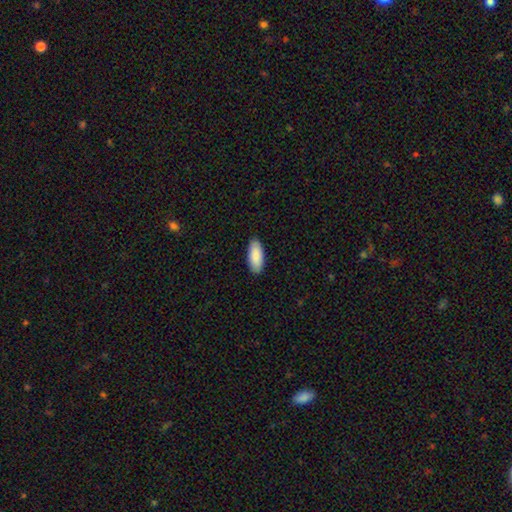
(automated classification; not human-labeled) Smooth or featured: smooth — 90% (star or artifact — 5%)
How rounded: in between — 86% (cigar-shaped — 13%)
Merging: none — 90% (minor disturbance — 7%)